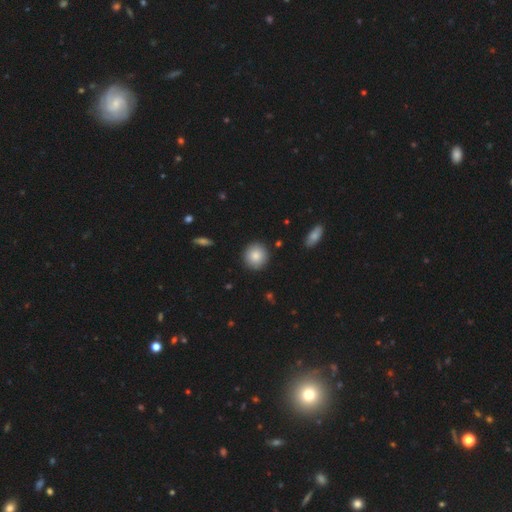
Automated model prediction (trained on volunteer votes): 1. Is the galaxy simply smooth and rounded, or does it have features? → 86% smooth, 7% star or artifact, 7% featured or disk.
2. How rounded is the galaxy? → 93% round, 6% in between, 1% cigar-shaped.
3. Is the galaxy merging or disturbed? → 91% none, 6% minor disturbance, 2% major disturbance, 1% merger.